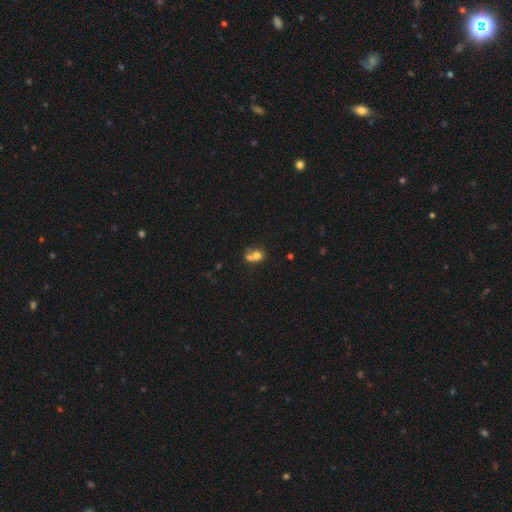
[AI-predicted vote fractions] A smooth galaxy with no disk features (69%) that is round (66%). Merging: merger (60%).